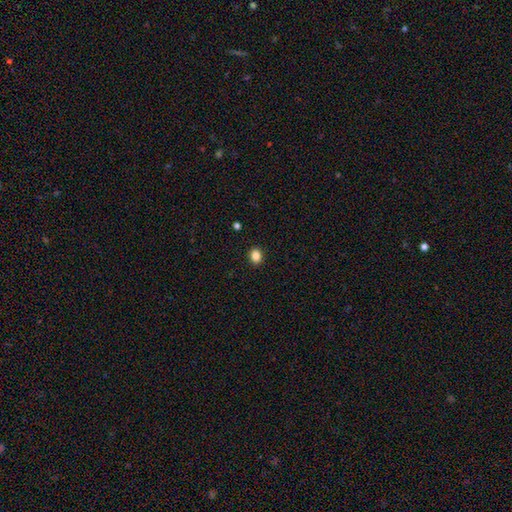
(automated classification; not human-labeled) smooth-or-featured: smooth: 85% | star or artifact: 11% | featured or disk: 4%
  how-rounded: round: 55% | in between: 44% | cigar-shaped: 1%
  merging: none: 91% | minor disturbance: 6% | major disturbance: 2% | merger: 1%